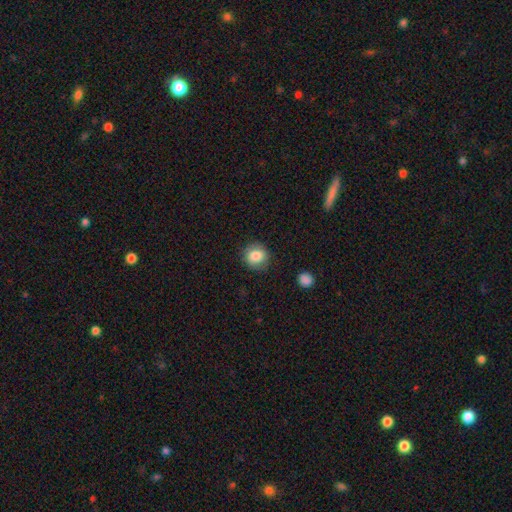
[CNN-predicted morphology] This is clearly a smooth galaxy (84%). How rounded: clearly round (85%). Merging: clearly none (85%).